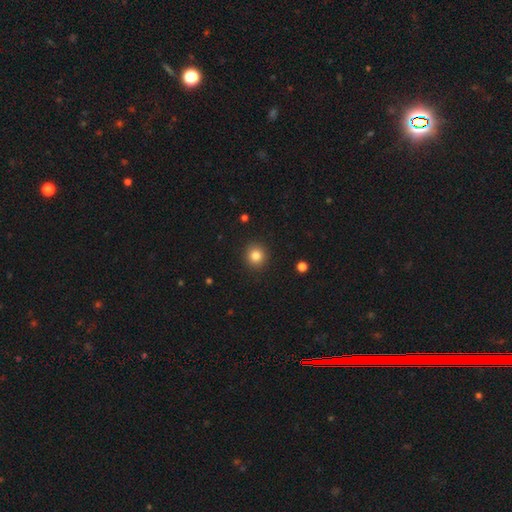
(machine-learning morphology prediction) Overall: smooth (83%). How rounded: round (90%). Merging: none (92%).